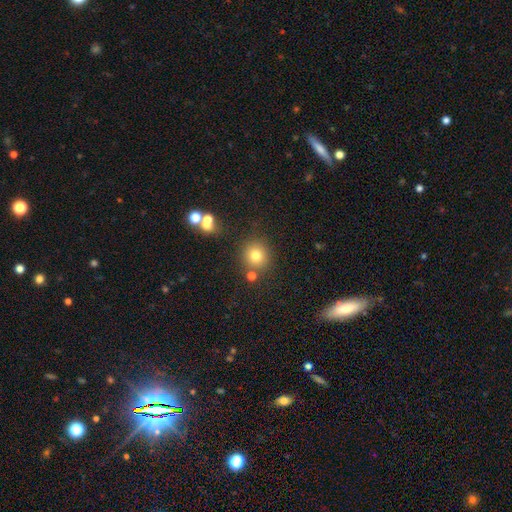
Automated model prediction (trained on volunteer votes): Smooth or featured?
  - smooth: 77% *
  - star or artifact: 15%
  - featured or disk: 9%
How rounded?
  - round: 91% *
  - in between: 8%
  - cigar-shaped: 1%
Merging?
  - none: 78% *
  - merger: 9%
  - minor disturbance: 9%
  - major disturbance: 4%